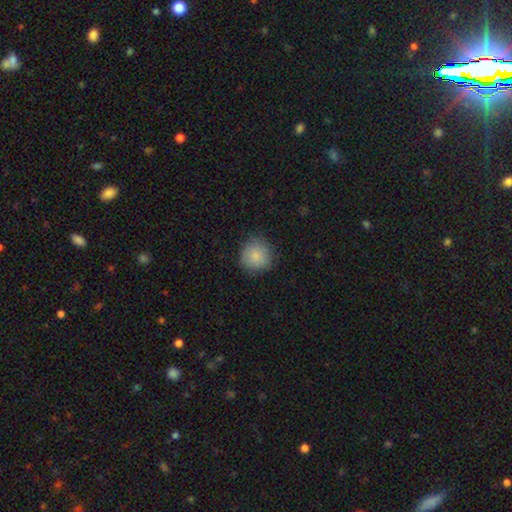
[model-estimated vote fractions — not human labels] This appears to be a smooth galaxy with no disk features (85%) that is round (92%). Merging: none (81%).